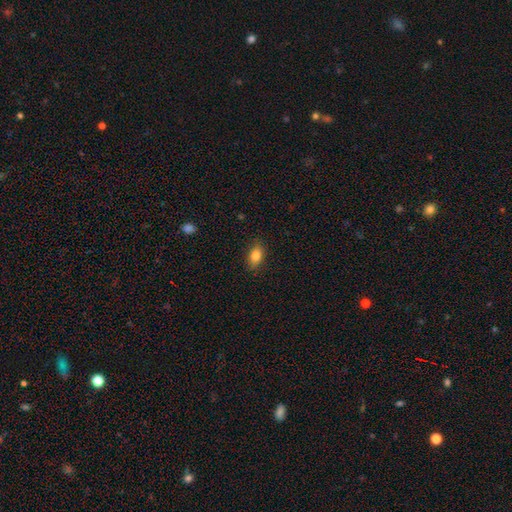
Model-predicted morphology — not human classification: Smooth or featured? smooth (86%)
How rounded? in between (87%)
Merging? none (87%)